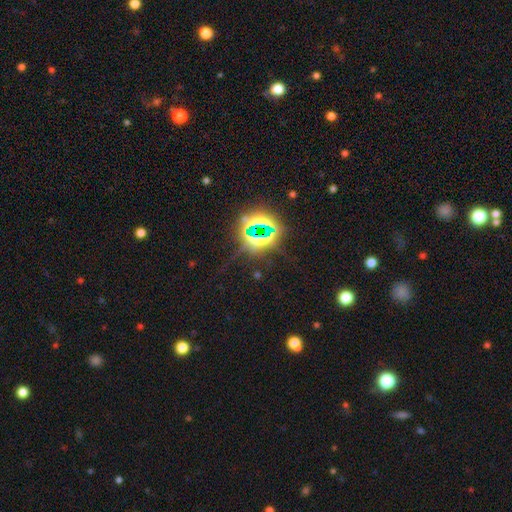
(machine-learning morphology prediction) This is clearly a star or artifact rather than a galaxy (80%).